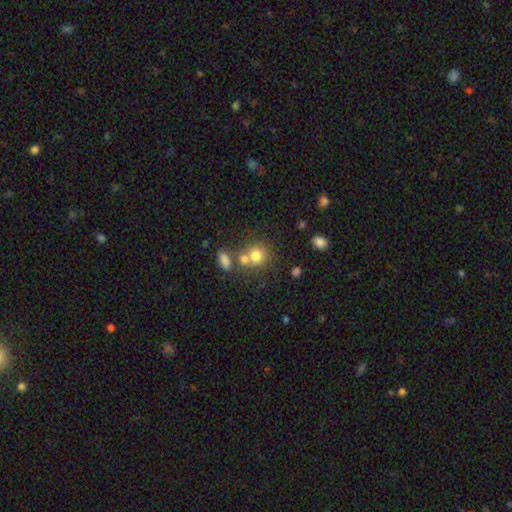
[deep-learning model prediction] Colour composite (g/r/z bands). It shows a smooth galaxy with no disk features (76%) that is round (81%). Merging: none (49%).